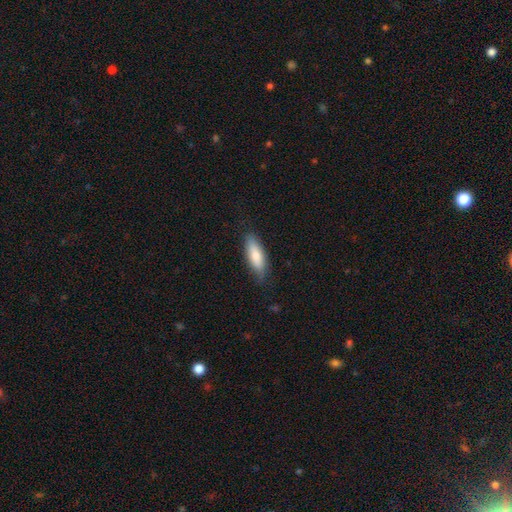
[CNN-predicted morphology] Smooth or featured? Predicted: smooth (p=0.79). How rounded? Predicted: in between (p=0.60). Merging? Predicted: none (p=0.80).